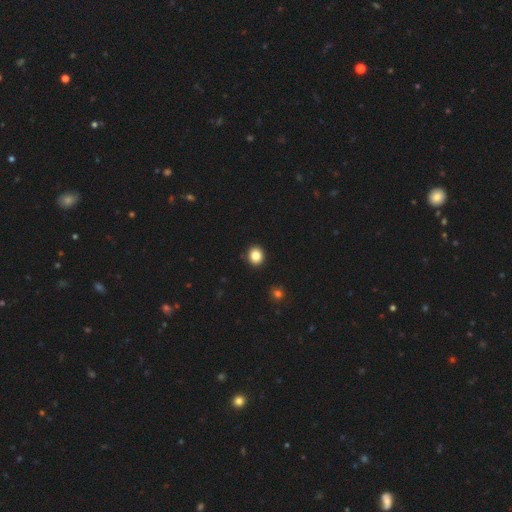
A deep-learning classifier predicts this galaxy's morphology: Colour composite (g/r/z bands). It shows a smooth galaxy with no disk features (85%) that is round (76%). Merging: none (92%).